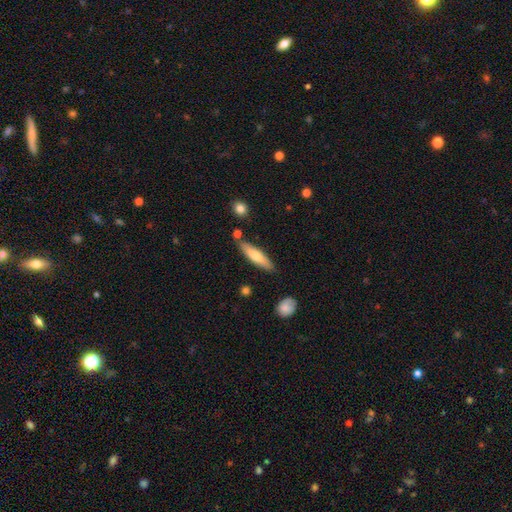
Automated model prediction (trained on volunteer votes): Morphology: type=smooth (65%); roundness=cigar-shaped (78%); merging=none (80%).